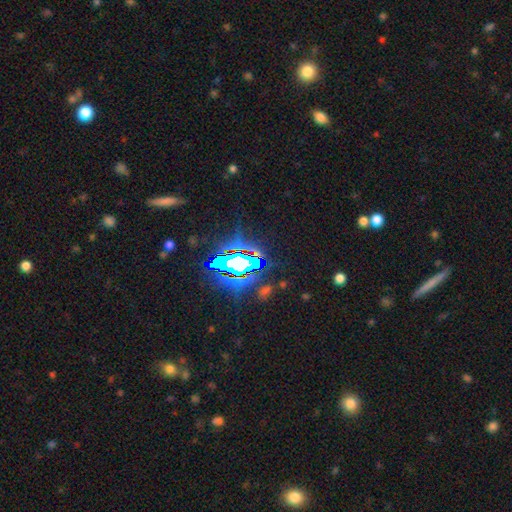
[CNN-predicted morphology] star or artifact 74%, smooth 14%, featured or disk 12%.